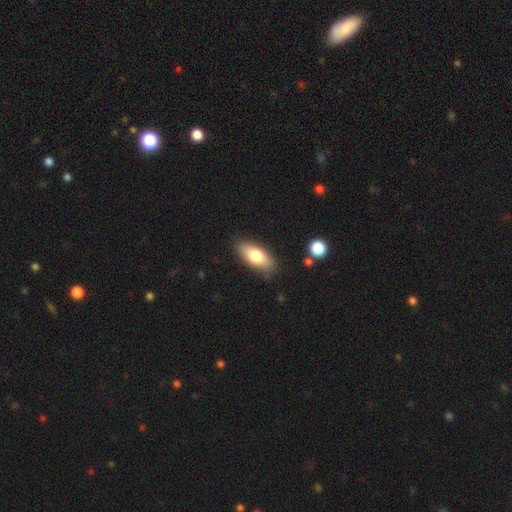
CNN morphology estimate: type=smooth (77%); roundness=in between (82%); merging=none (84%).